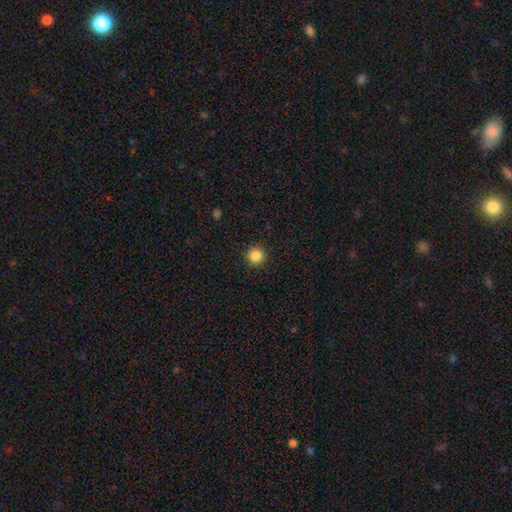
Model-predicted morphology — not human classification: smooth 86%, star or artifact 10%, featured or disk 4%. Down the decision tree: how rounded — round (95%); merging — none (92%).